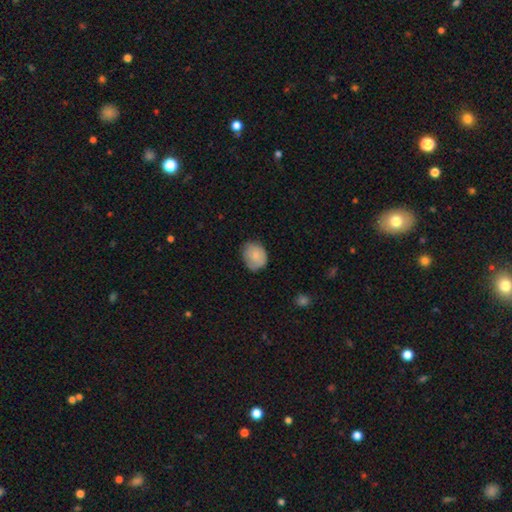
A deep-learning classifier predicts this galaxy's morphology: The model was most divided on "how rounded": in between: 50%, round: 49%, cigar-shaped: 1%. More confident: smooth or featured — smooth (81%); merging — none (65%).